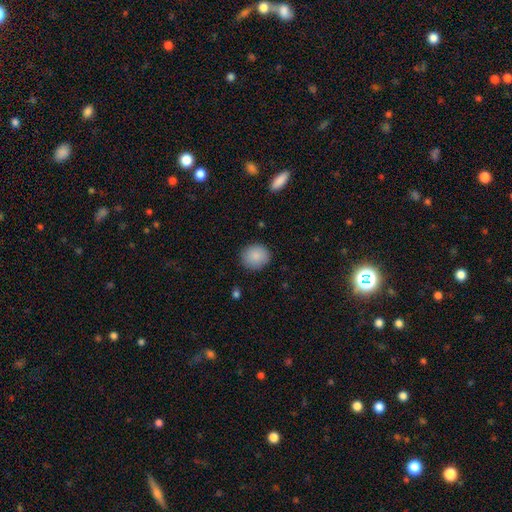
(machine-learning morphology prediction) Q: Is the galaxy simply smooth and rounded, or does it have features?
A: smooth — 88%.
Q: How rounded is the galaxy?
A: round — 83%.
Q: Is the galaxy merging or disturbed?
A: none — 89%.